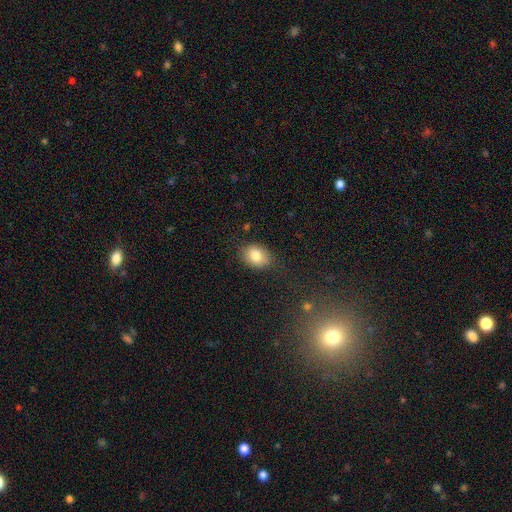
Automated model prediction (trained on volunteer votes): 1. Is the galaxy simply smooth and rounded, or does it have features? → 81% smooth, 10% featured or disk, 9% star or artifact.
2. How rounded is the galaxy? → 67% in between, 32% round, 1% cigar-shaped.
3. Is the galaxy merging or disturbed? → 82% none, 13% minor disturbance, 3% major disturbance, 2% merger.